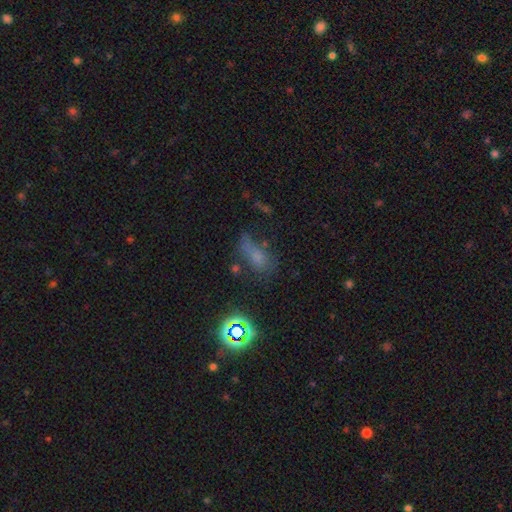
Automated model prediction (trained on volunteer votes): smooth-or-featured: smooth: 55% | star or artifact: 29% | featured or disk: 17%
  how-rounded: in between: 73% | round: 15% | cigar-shaped: 13%
  merging: none: 42% | minor disturbance: 26% | major disturbance: 23% | merger: 9%